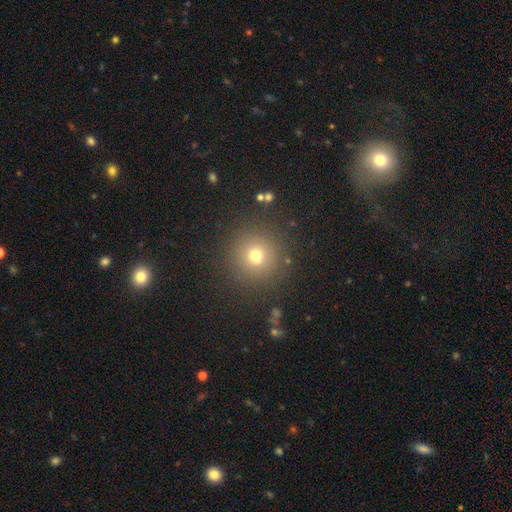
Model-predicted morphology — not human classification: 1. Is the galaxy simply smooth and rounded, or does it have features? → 68% smooth, 20% star or artifact, 12% featured or disk.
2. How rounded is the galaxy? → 94% round, 5% in between, 1% cigar-shaped.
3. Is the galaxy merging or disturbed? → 81% none, 8% minor disturbance, 8% merger, 4% major disturbance.